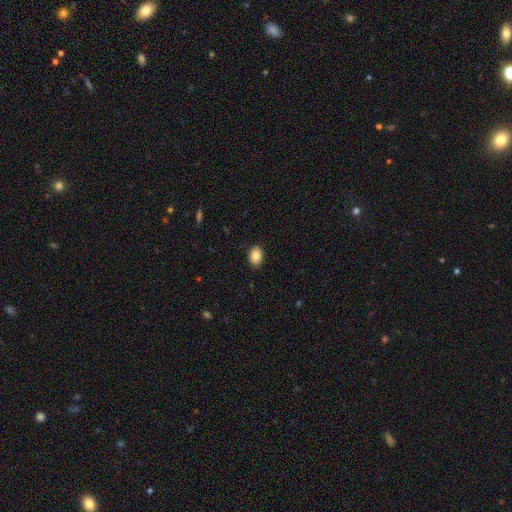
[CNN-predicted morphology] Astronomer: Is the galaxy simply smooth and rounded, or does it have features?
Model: smooth — 88%.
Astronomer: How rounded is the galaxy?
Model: in between — 78%.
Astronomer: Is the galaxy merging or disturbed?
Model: none — 88%.